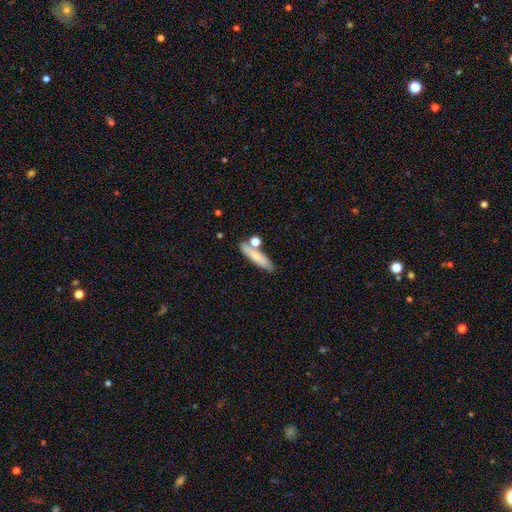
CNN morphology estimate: Smooth or featured? Predicted: smooth (p=0.74). How rounded? Predicted: cigar-shaped (p=0.72). Merging? Predicted: none (p=0.68).